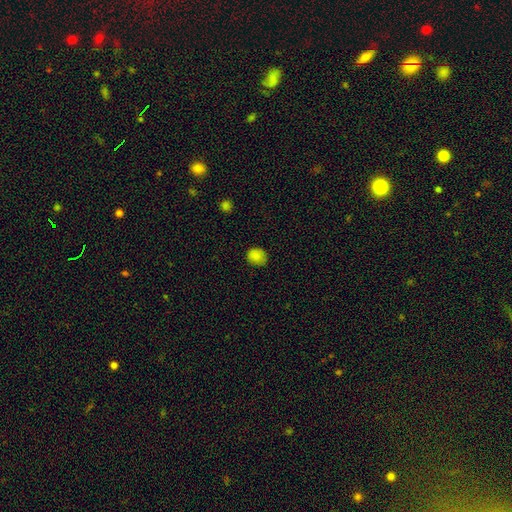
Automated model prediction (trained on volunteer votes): Overall: smooth (84%). How rounded: round (71%). Merging: none (78%).